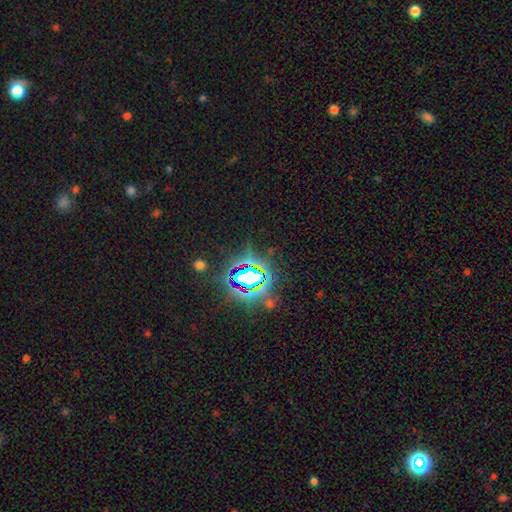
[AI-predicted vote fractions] Overall: star or artifact (84%).